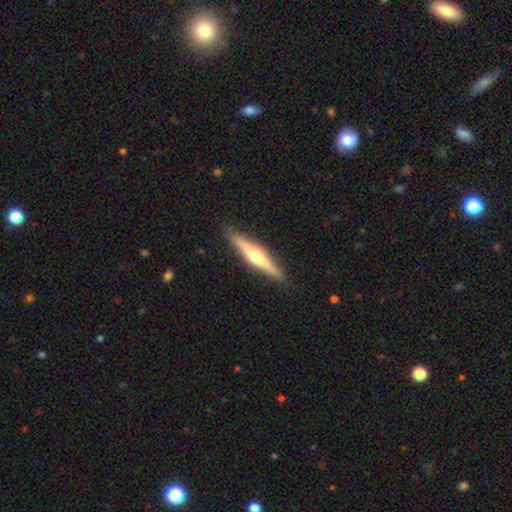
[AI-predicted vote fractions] featured or disk 64%, smooth 30%, star or artifact 5%. Down the decision tree: edge-on disk — yes (96%); edge-on bulge — rounded (91%); merging — none (89%).